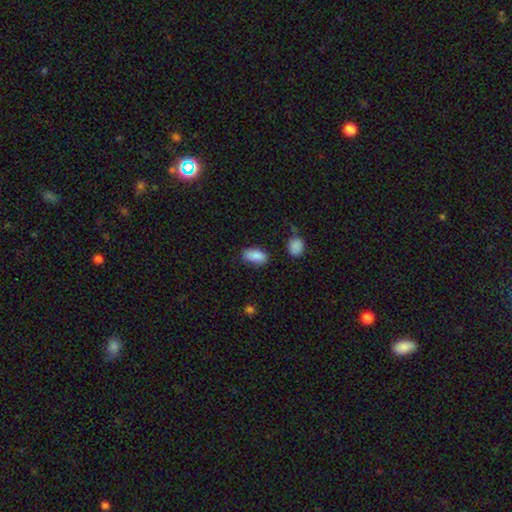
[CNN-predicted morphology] A smooth galaxy with no disk features (87%) that is in between round and cigar-shaped (92%). Merging: none (76%).